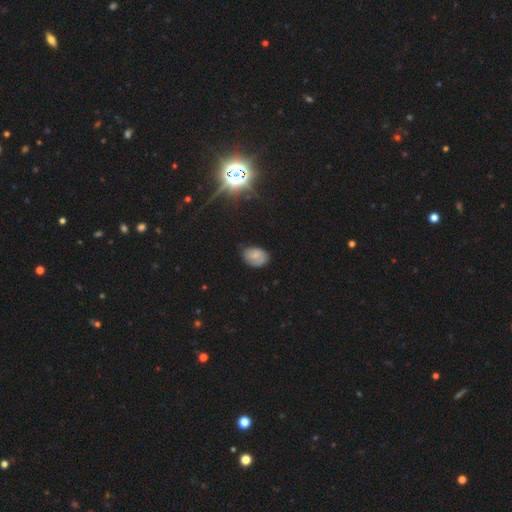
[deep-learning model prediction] This appears to be a smooth galaxy with no disk features (68%) that is in between round and cigar-shaped (79%). Merging: none (69%).